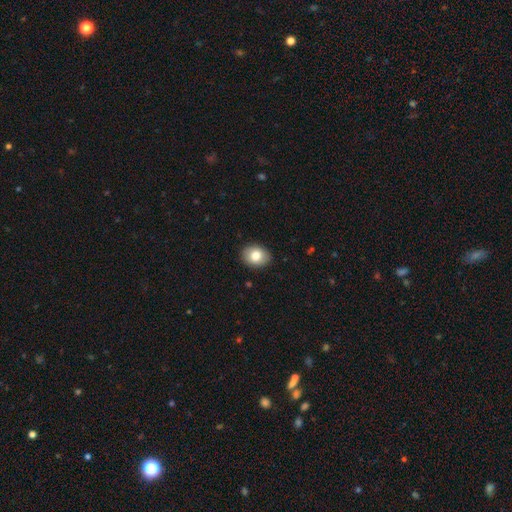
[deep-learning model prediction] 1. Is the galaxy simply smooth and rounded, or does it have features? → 81% smooth, 11% featured or disk, 8% star or artifact.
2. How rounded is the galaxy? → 57% in between, 42% round, 1% cigar-shaped.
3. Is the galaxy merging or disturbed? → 89% none, 8% minor disturbance, 2% major disturbance, 1% merger.